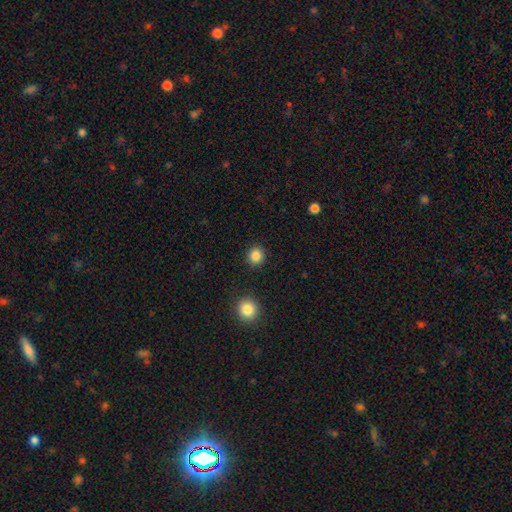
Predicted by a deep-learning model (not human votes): smooth 85%, star or artifact 11%, featured or disk 4%. Down the decision tree: how rounded — round (91%); merging — none (91%).